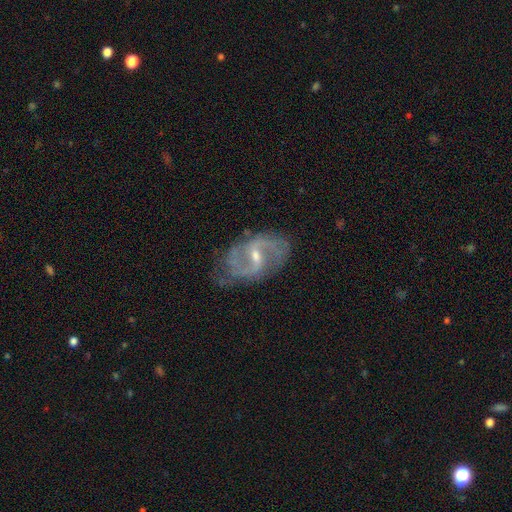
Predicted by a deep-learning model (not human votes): featured or disk 89%, smooth 6%, star or artifact 5%. Down the decision tree: edge-on disk — no (97%); bar — weak (53%); spiral arms — yes (95%); spiral arm count — 2 (88%); spiral winding — medium (49%); bulge size — small (53%); merging — none (69%).